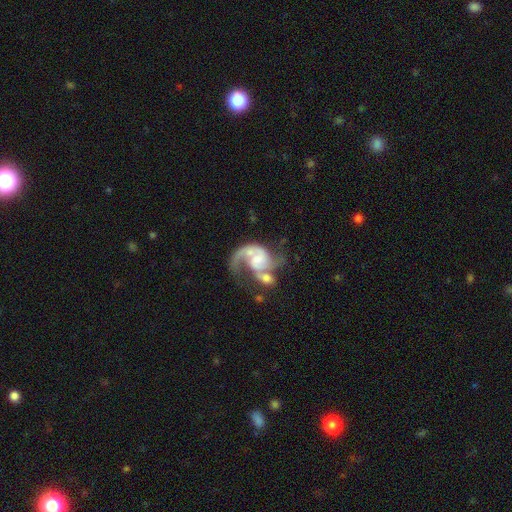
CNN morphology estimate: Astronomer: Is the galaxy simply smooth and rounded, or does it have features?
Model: featured or disk — 86%.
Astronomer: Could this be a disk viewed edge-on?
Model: no — 98%.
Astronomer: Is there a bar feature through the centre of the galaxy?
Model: no — 54% (runner-up: weak, 36%).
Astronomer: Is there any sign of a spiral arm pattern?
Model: yes — 94%.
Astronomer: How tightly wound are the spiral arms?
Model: medium — 45% (runner-up: loose, 41%).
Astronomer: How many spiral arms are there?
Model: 2 — 60%.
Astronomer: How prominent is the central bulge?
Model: small — 44% (runner-up: moderate, 39%).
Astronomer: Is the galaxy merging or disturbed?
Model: merger — 36% (runner-up: none, 28%).